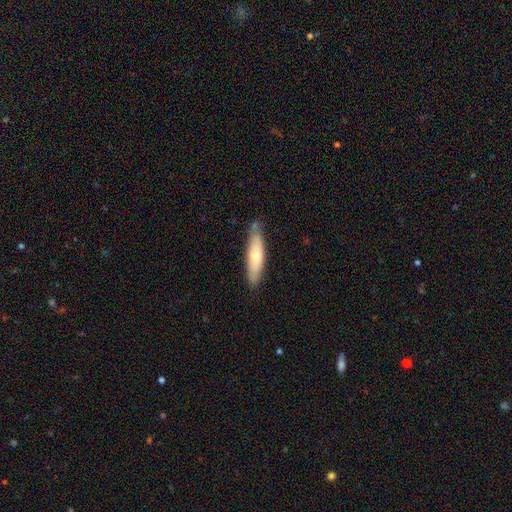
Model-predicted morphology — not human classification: The model was most divided on "smooth or featured": smooth: 62%, featured or disk: 32%, star or artifact: 6%. More confident: merging — none (76%); how rounded — cigar-shaped (70%).